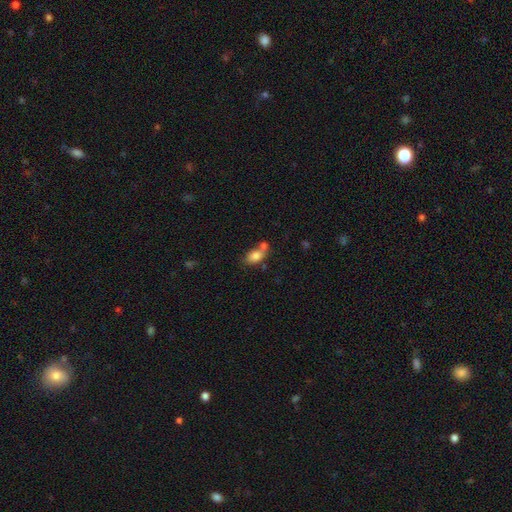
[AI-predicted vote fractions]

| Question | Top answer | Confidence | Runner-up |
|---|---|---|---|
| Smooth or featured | smooth | 80% | featured or disk (11%) |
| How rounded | in between | 82% | round (15%) |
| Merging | none | 42% | merger (40%) |